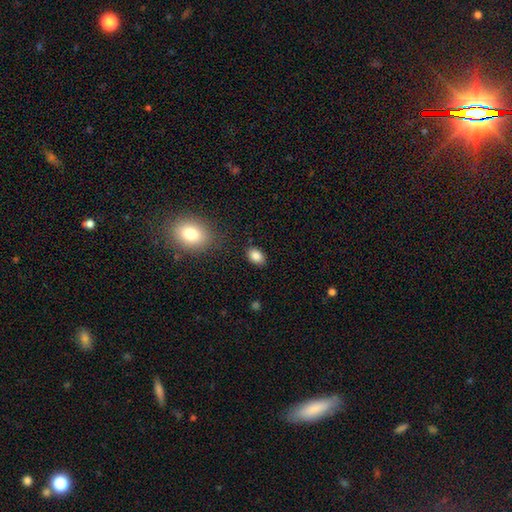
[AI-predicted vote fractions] smooth-or-featured: smooth: 85% | star or artifact: 9% | featured or disk: 5%
  how-rounded: in between: 77% | round: 22% | cigar-shaped: 1%
  merging: none: 86% | minor disturbance: 10% | major disturbance: 3% | merger: 2%